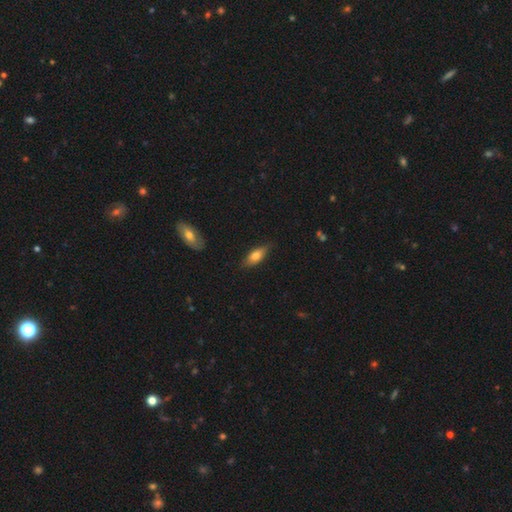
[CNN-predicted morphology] A smooth galaxy with no disk features (69%) that is in between round and cigar-shaped (71%).

Vote fractions:
- Smooth or featured? smooth: 69% / featured or disk: 25% / star or artifact: 7%
- How rounded? in between: 71% / cigar-shaped: 25% / round: 3%
- Merging? none: 79% / minor disturbance: 16% / major disturbance: 3% / merger: 1%